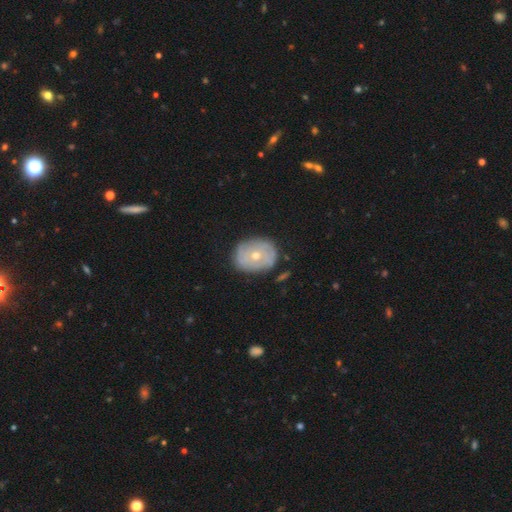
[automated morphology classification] A featured or disk galaxy (56%) with no bar (87%), no spiral arms (50%, tied with yes) and a moderate central bulge (52%). Merging: none (79%).